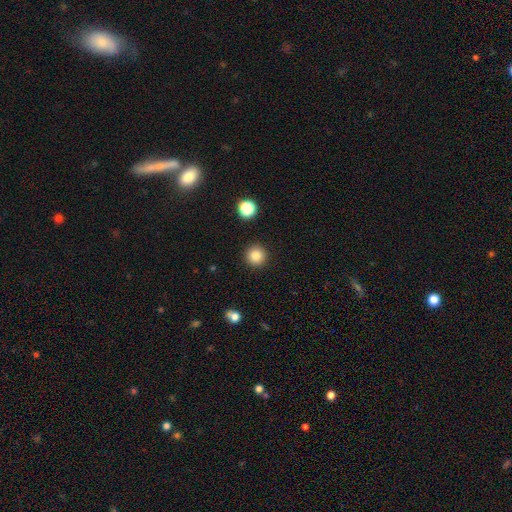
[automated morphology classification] smooth_or_featured: smooth (p=0.85) [alt: star or artifact p=0.10]
how_rounded: round (p=0.96) [alt: in between p=0.03]
merging: none (p=0.92) [alt: minor disturbance p=0.05]